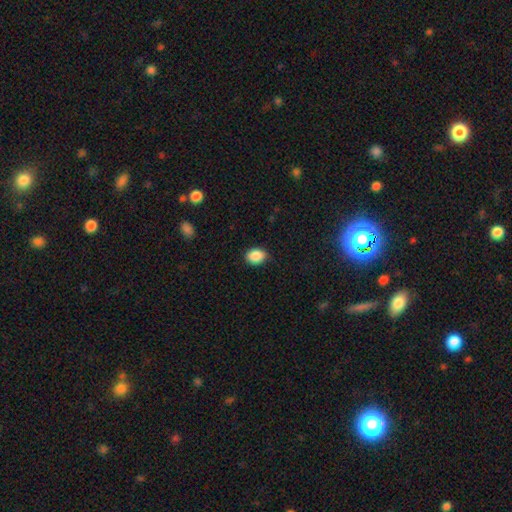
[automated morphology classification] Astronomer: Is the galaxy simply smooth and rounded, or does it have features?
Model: smooth — 89%.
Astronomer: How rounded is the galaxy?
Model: in between — 63%.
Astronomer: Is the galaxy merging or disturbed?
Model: none — 84%.